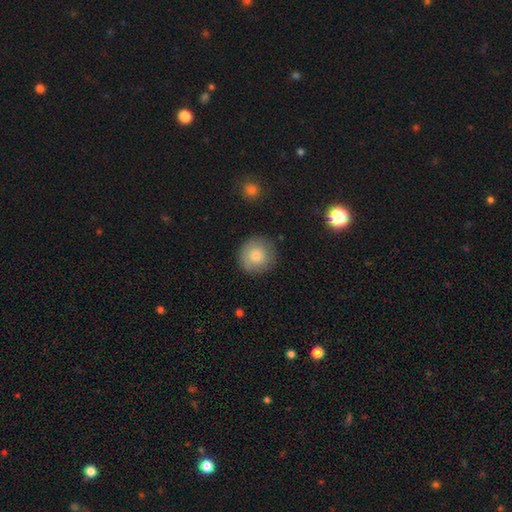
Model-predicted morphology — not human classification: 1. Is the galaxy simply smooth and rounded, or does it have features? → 77% smooth, 15% featured or disk, 7% star or artifact.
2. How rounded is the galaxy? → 93% round, 6% in between, 1% cigar-shaped.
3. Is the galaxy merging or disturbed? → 84% none, 12% minor disturbance, 3% major disturbance, 1% merger.